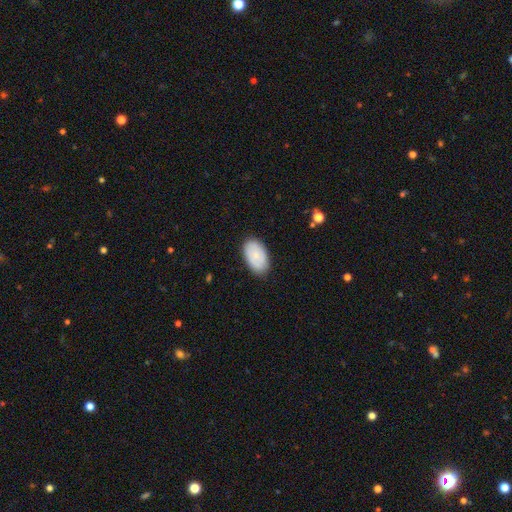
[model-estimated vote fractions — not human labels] Smooth or featured? smooth (73%)
How rounded? in between (94%)
Merging? none (84%)